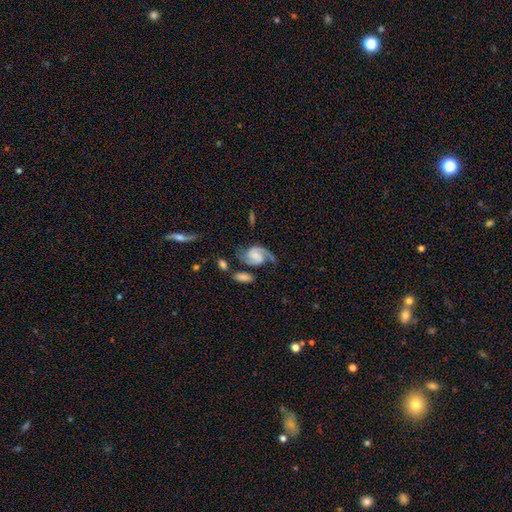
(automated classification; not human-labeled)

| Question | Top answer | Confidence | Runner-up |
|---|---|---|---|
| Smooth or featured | featured or disk | 83% | smooth (11%) |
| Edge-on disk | no | 98% | yes (2%) |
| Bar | no | 50% | weak (37%) |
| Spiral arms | yes | 97% | no (3%) |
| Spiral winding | medium | 50% | loose (29%) |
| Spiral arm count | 2 | 84% | 1 (10%) |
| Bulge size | none | 33% | small (32%) |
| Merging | none | 56% | minor disturbance (20%) |